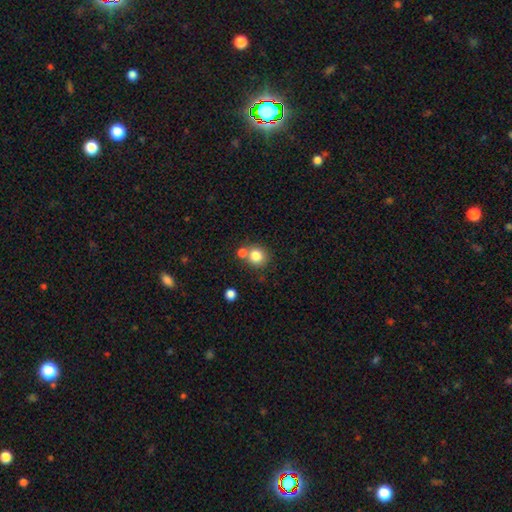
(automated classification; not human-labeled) Q: Smooth or featured?
A: smooth (80%); runner-up: star or artifact (11%)
Q: How rounded?
A: round (88%); runner-up: in between (11%)
Q: Merging?
A: none (62%); runner-up: merger (27%)